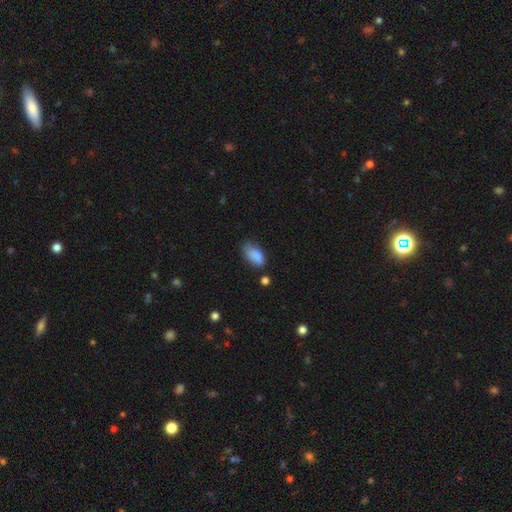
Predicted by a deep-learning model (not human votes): Morphology: type=smooth (85%); roundness=in between (91%); merging=none (56%).